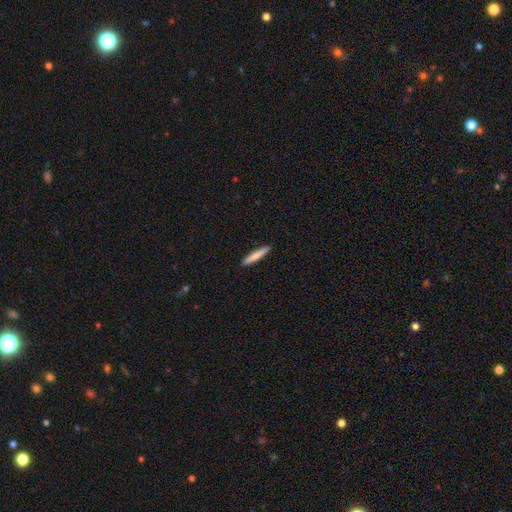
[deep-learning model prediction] A smooth galaxy with no disk features (77%) that is cigar-shaped (94%).

Vote fractions:
- Smooth or featured? smooth: 77% / featured or disk: 18% / star or artifact: 5%
- How rounded? cigar-shaped: 94% / in between: 5% / round: 1%
- Merging? none: 92% / minor disturbance: 6% / major disturbance: 1% / merger: 1%